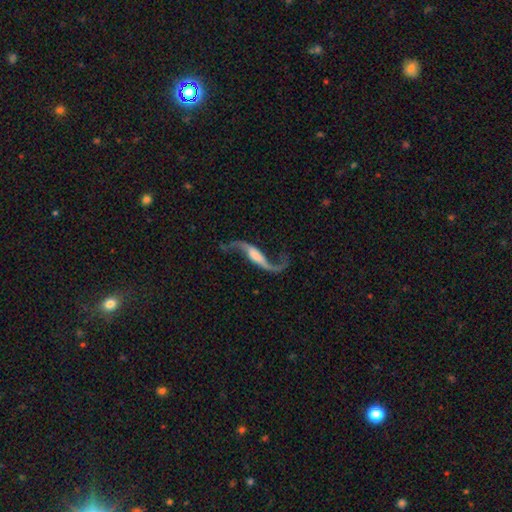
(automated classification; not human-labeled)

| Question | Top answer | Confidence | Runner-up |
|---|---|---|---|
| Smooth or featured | featured or disk | 90% | smooth (6%) |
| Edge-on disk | no | 90% | yes (10%) |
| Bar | no | 38% | weak (34%) |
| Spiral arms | yes | 96% | no (4%) |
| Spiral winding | loose | 94% | medium (5%) |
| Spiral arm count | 2 | 93% | 1 (3%) |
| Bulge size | none | 32% | large (21%) |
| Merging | none | 72% | minor disturbance (14%) |